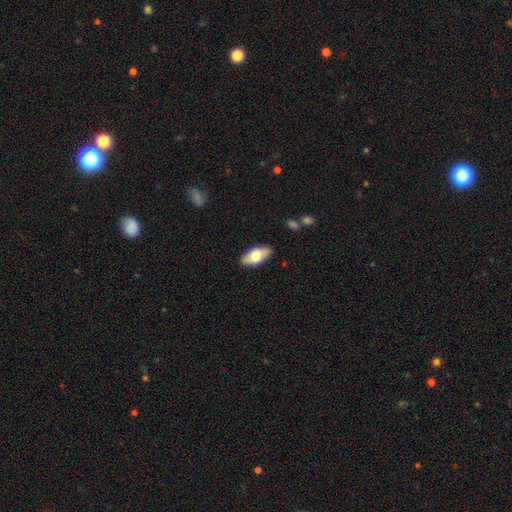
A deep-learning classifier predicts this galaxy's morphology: Overall: smooth (68%). How rounded: in between (90%). Merging: none (87%).